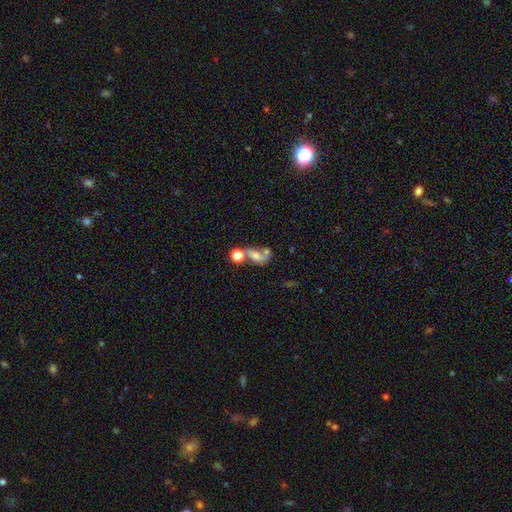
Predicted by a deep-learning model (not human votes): smooth_or_featured: featured or disk (p=0.42) [tied with: smooth p=0.42]
merging: merger (p=0.42) [alt: none p=0.28]